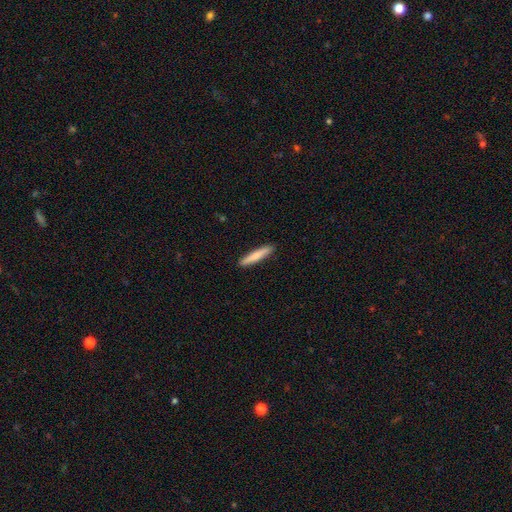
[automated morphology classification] This is likely a smooth galaxy (75%). How rounded: clearly cigar-shaped (93%). Merging: clearly none (91%).